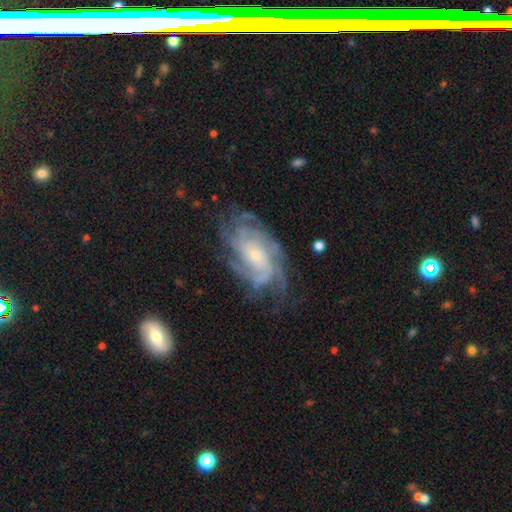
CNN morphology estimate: smooth-or-featured: featured or disk: 87% | smooth: 7% | star or artifact: 6%
  disk-edge-on: no: 96% | yes: 4%
    bar: no: 69% | weak: 25% | strong: 6%
    has-spiral-arms: yes: 96% | no: 4%
      spiral-winding: tight: 62% | medium: 31% | loose: 8%
      spiral-arm-count: can't tell: 30% | 4: 26% | 3: 14% | more than 4: 13% | 2: 10% | 1: 6%
    bulge-size: small: 69% | moderate: 25% | large: 2% | none: 2% | dominant: 1%
  merging: none: 68% | minor disturbance: 20% | major disturbance: 11% | merger: 2%